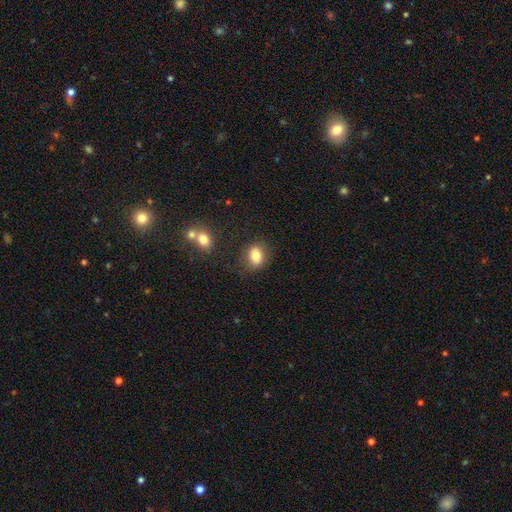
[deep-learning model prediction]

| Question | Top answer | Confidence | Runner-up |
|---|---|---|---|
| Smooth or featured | smooth | 82% | star or artifact (9%) |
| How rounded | in between | 63% | round (35%) |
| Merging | none | 81% | minor disturbance (12%) |